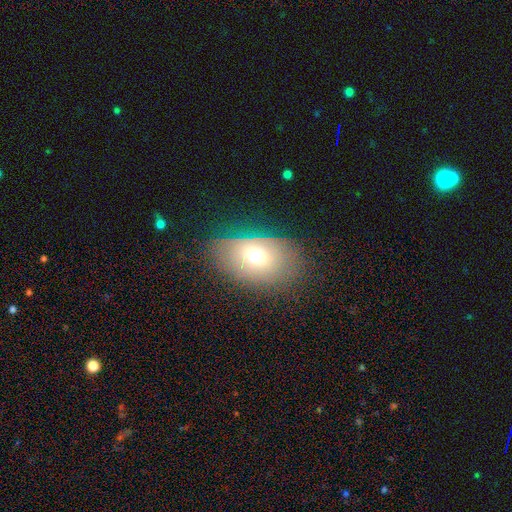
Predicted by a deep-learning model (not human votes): Q: Smooth or featured?
A: smooth (63%); runner-up: featured or disk (23%)
Q: How rounded?
A: in between (82%); runner-up: round (17%)
Q: Merging?
A: none (75%); runner-up: minor disturbance (16%)